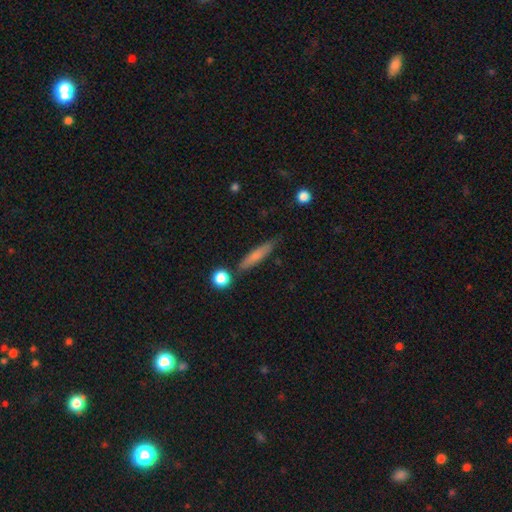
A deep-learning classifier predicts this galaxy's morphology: smooth 70%, featured or disk 23%, star or artifact 7%. Down the decision tree: how rounded — cigar-shaped (89%); merging — none (80%).